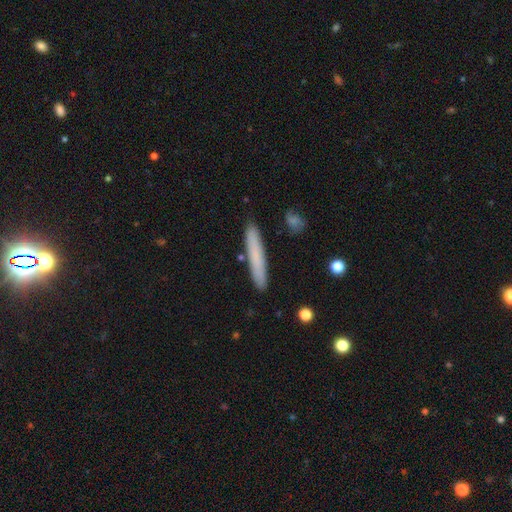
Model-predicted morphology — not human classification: This appears to be a smooth galaxy with no disk features (73%) that is cigar-shaped (95%). Merging: none (89%).